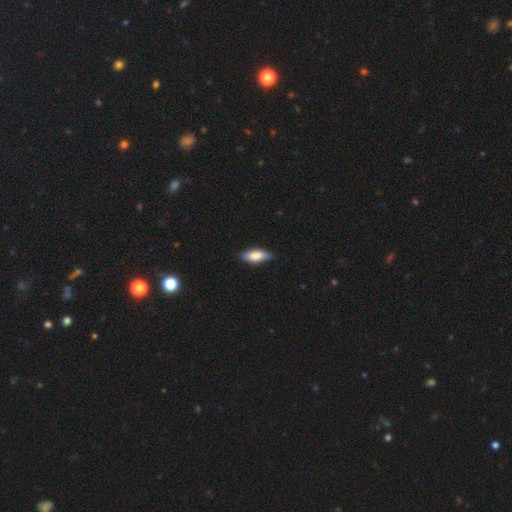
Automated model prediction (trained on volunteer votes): This is likely a smooth galaxy (77%). How rounded: likely in between (74%). Merging: clearly none (82%).